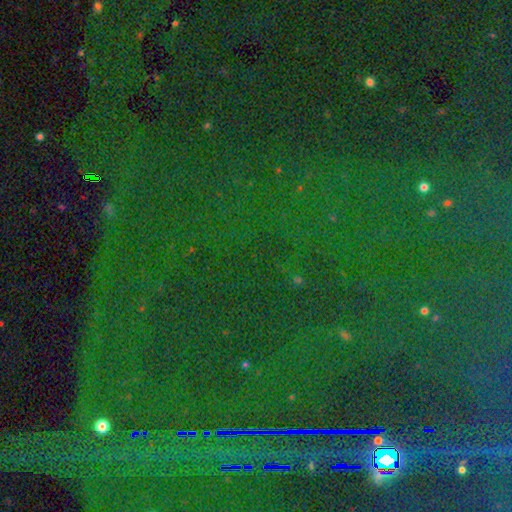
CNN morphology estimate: Smooth or featured?
  - star or artifact: 86% *
  - smooth: 7%
  - featured or disk: 7%